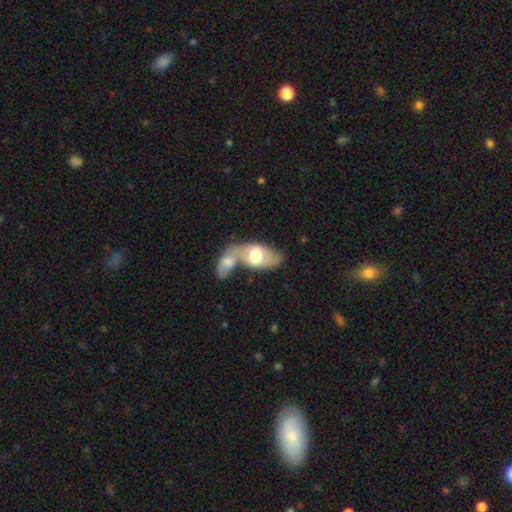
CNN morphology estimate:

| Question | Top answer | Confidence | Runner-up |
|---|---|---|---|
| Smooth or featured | smooth | 56% | featured or disk (39%) |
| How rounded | in between | 91% | round (6%) |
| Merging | merger | 65% | none (21%) |